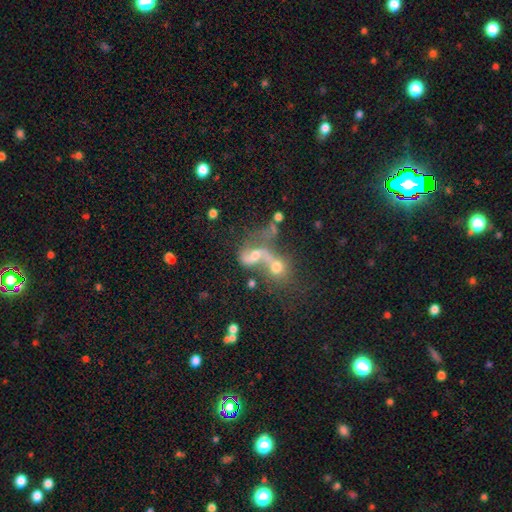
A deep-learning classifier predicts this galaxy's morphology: A featured or disk galaxy (50%).

Vote fractions:
- Smooth or featured? featured or disk: 50% / smooth: 34% / star or artifact: 16%
- Edge-on disk? no: 95% / yes: 5%
- Merging? merger: 65% / none: 15% / major disturbance: 13% / minor disturbance: 7%